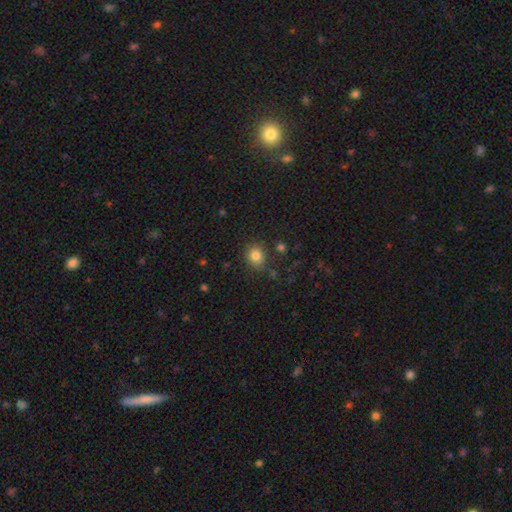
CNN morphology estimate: Smooth or featured: smooth — 82% (star or artifact — 12%)
How rounded: round — 67% (in between — 32%)
Merging: none — 81% (minor disturbance — 12%)